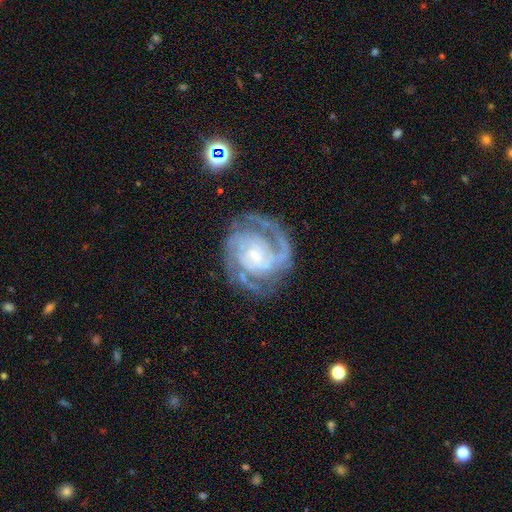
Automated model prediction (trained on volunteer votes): This is clearly a featured or disk galaxy (90%). It is clearly not viewed edge-on (98%). Bar: possibly no (52%). Spiral arm pattern: clearly yes (98%). Spiral arm count: marginally 2 (41%). Spiral winding: likely tight (63%). Central bulge: likely small (69%). Merging: likely none (73%).